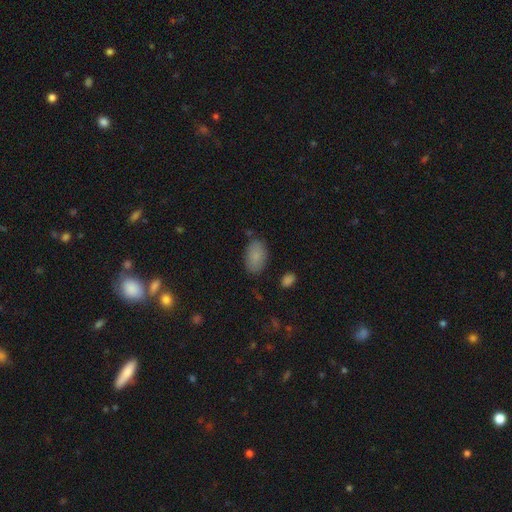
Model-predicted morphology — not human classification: smooth 86%, star or artifact 7%, featured or disk 7%. Down the decision tree: how rounded — in between (93%); merging — none (80%).